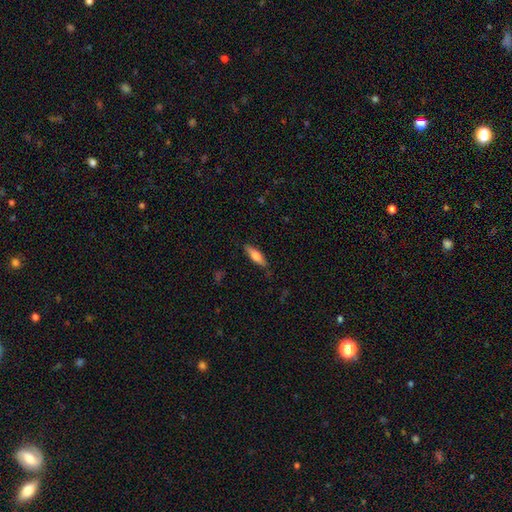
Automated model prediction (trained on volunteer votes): A smooth galaxy with no disk features (62%) that is cigar-shaped (58%).

Vote fractions:
- Smooth or featured? smooth: 62% / featured or disk: 32% / star or artifact: 6%
- How rounded? cigar-shaped: 58% / in between: 40% / round: 2%
- Merging? none: 84% / minor disturbance: 12% / major disturbance: 3% / merger: 1%